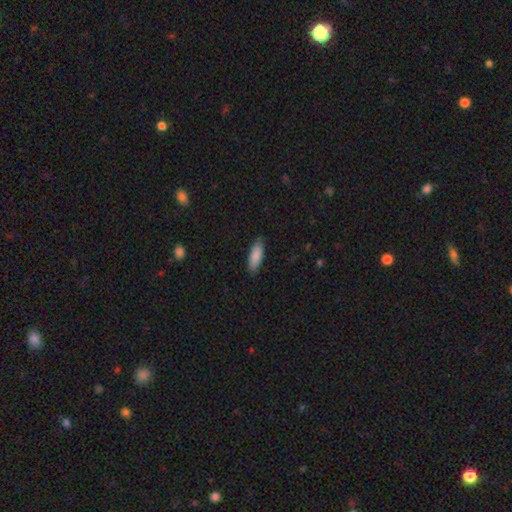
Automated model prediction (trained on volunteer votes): Smooth or featured: smooth — 87% (featured or disk — 7%)
How rounded: in between — 65% (cigar-shaped — 33%)
Merging: none — 86% (minor disturbance — 11%)